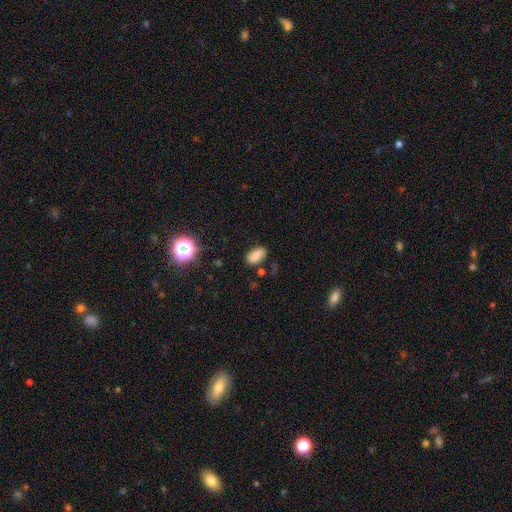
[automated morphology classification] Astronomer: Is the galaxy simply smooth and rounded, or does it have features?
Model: smooth — 82%.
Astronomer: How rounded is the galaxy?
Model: in between — 92%.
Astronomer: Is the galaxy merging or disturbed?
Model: none — 78%.